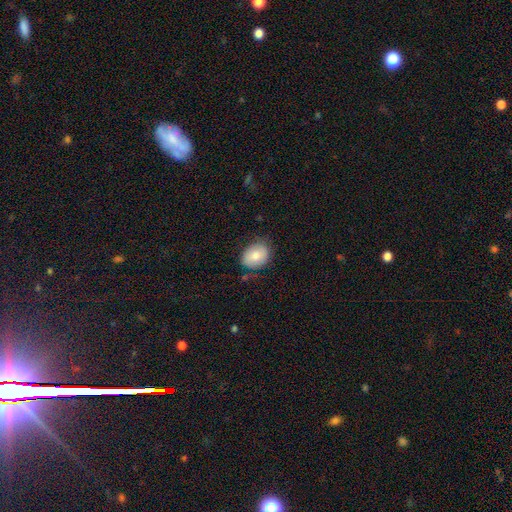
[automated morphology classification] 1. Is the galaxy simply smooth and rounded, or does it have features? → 76% smooth, 16% featured or disk, 7% star or artifact.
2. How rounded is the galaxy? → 57% in between, 42% round, 1% cigar-shaped.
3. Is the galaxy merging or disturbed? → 76% none, 18% minor disturbance, 4% major disturbance, 2% merger.